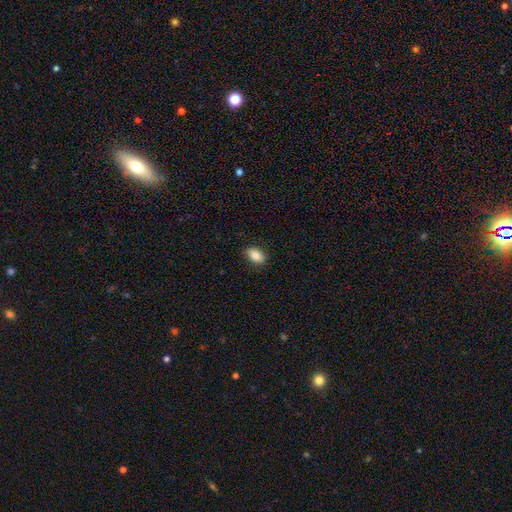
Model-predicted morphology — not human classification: A smooth galaxy with no disk features (85%) that is in between round and cigar-shaped (83%). Merging: none (84%).